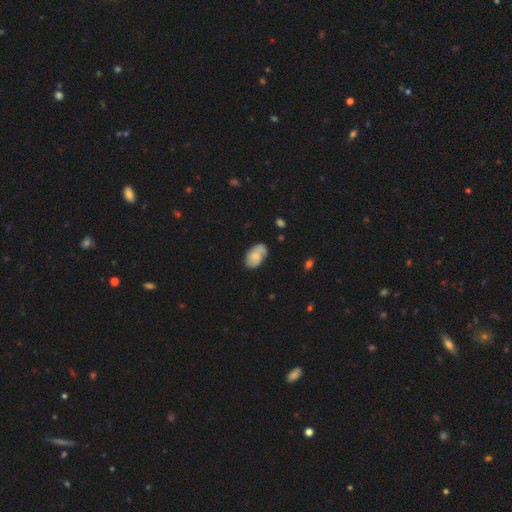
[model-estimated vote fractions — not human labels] Overall: smooth (50%; featured or disk 43%). How rounded: in between (90%). Merging: none (60%; minor disturbance 28%).